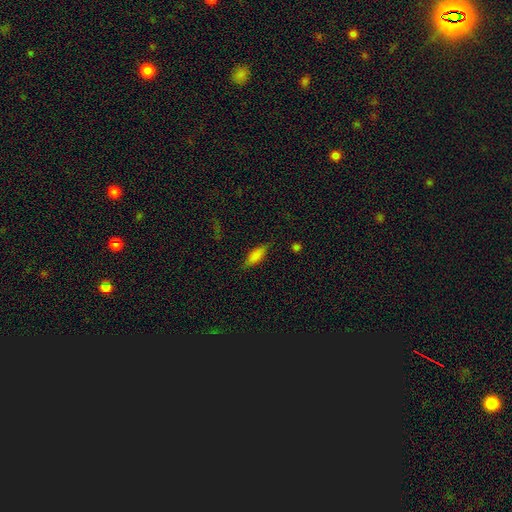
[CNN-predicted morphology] This is likely a smooth galaxy (76%). How rounded: likely in between (66%). Merging: likely none (75%).